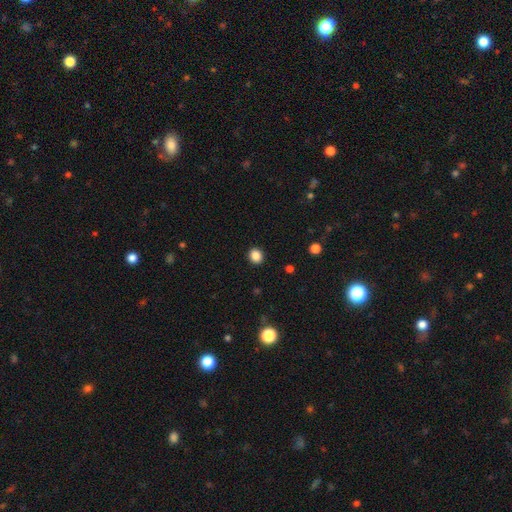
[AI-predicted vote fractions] smooth_or_featured: smooth (p=0.86) [alt: star or artifact p=0.11]
how_rounded: round (p=0.77) [alt: in between p=0.22]
merging: none (p=0.92) [alt: minor disturbance p=0.06]